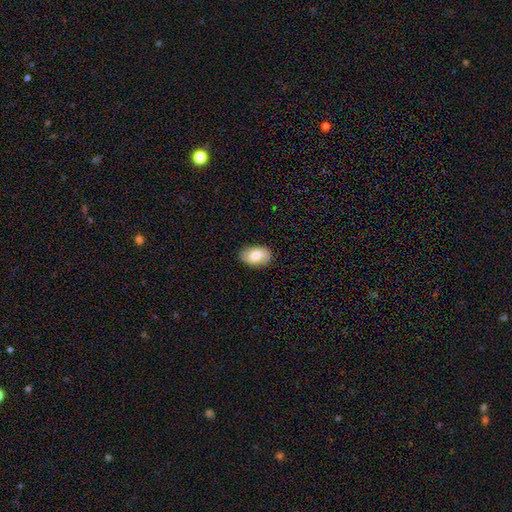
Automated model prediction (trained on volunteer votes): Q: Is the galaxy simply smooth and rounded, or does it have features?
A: smooth — 77%.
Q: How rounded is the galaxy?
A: in between — 90%.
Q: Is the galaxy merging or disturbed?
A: none — 87%.